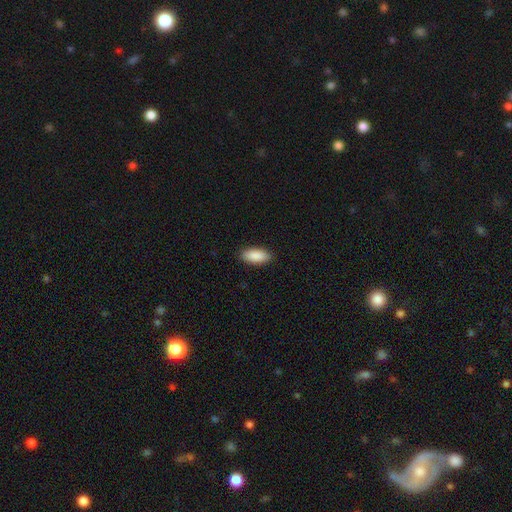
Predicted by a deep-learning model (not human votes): Morphology: type=smooth (91%); roundness=in between (87%); merging=none (90%).